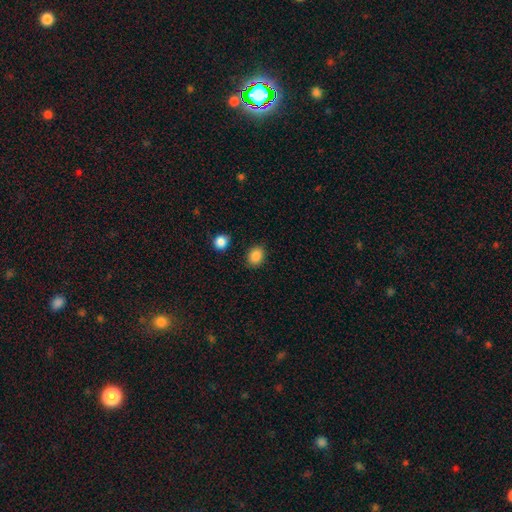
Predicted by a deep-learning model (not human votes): Overall: smooth (88%). How rounded: in between (58%; round 41%). Merging: none (84%).